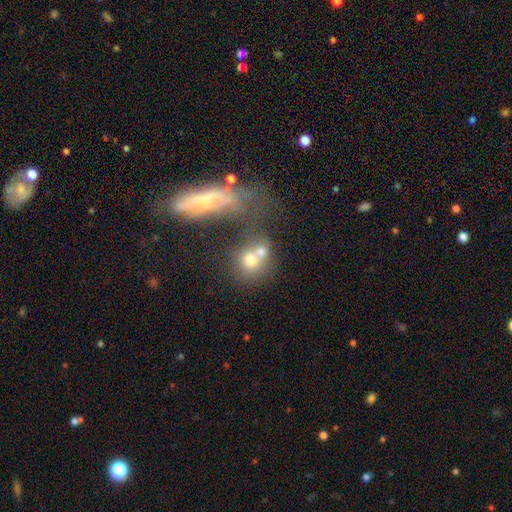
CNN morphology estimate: This appears to be a smooth galaxy with no disk features (58%) that is round (68%). Merging: merger (47%).